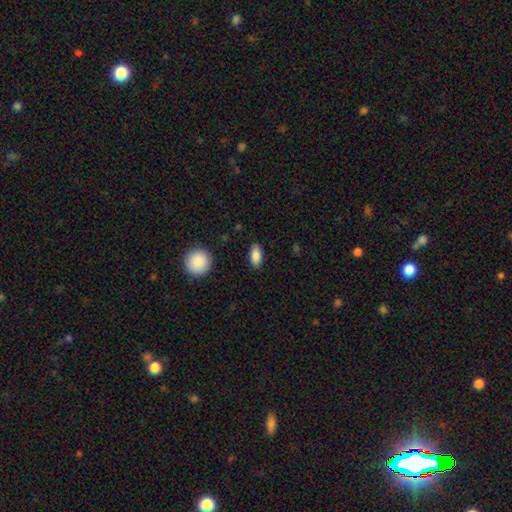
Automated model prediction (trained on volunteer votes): Smooth or featured? smooth (87%)
How rounded? in between (88%)
Merging? none (86%)